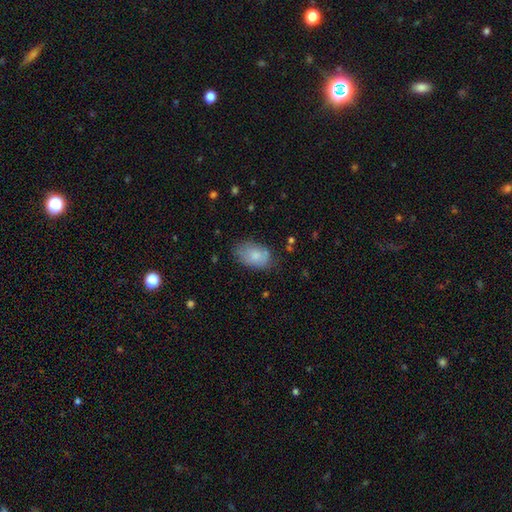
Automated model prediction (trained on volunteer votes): Smooth or featured: smooth — 77% (featured or disk — 16%)
How rounded: in between — 90% (round — 9%)
Merging: none — 65% (minor disturbance — 25%)